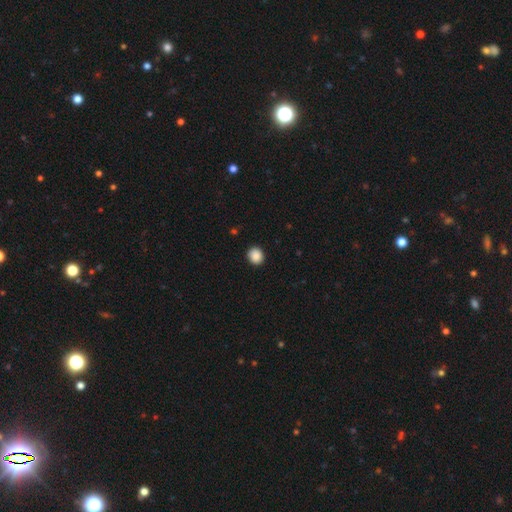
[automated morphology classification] A smooth galaxy with no disk features (89%) that is round (77%). Merging: none (92%).